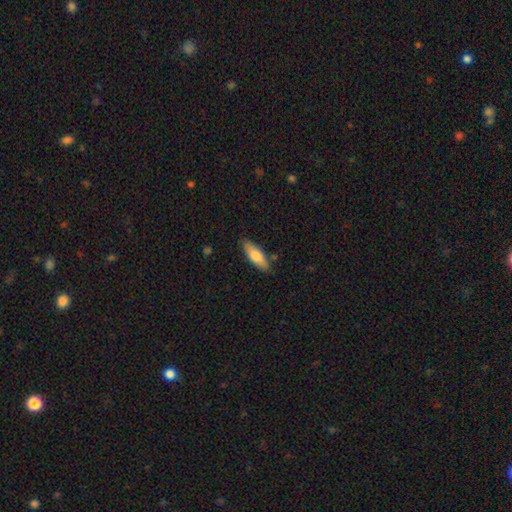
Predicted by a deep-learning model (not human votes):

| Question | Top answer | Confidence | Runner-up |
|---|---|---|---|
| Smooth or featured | smooth | 72% | featured or disk (22%) |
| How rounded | in between | 61% | cigar-shaped (37%) |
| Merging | none | 83% | minor disturbance (12%) |